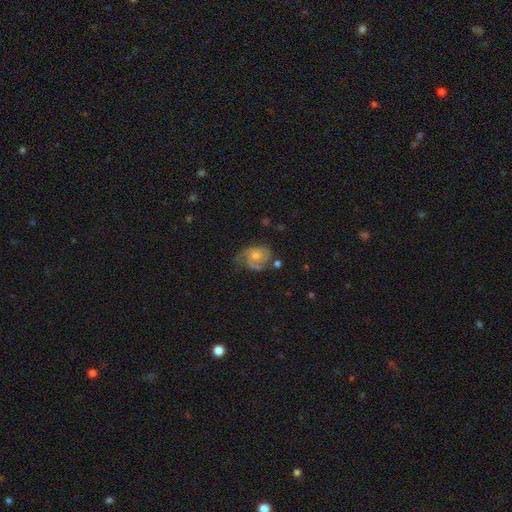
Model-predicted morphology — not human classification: featured or disk 70%, smooth 21%, star or artifact 9%. Down the decision tree: edge-on disk — no (97%); bar — no (75%); spiral arms — yes (88%); spiral arm count — 2 (50%); spiral winding — medium (43%); bulge size — moderate (57%); merging — none (55%).